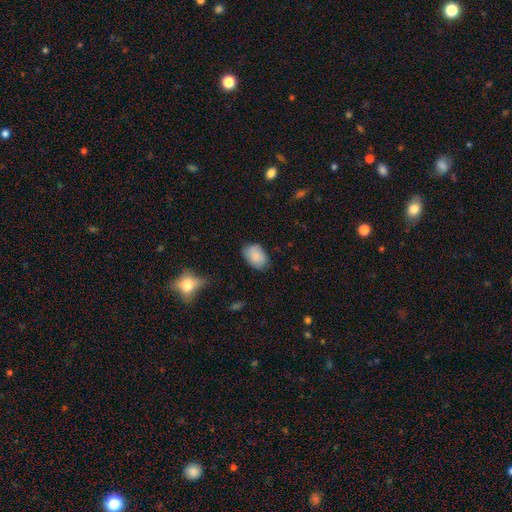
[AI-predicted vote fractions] Q: Smooth or featured?
A: smooth (86%); runner-up: featured or disk (7%)
Q: How rounded?
A: in between (85%); runner-up: round (14%)
Q: Merging?
A: none (74%); runner-up: minor disturbance (21%)